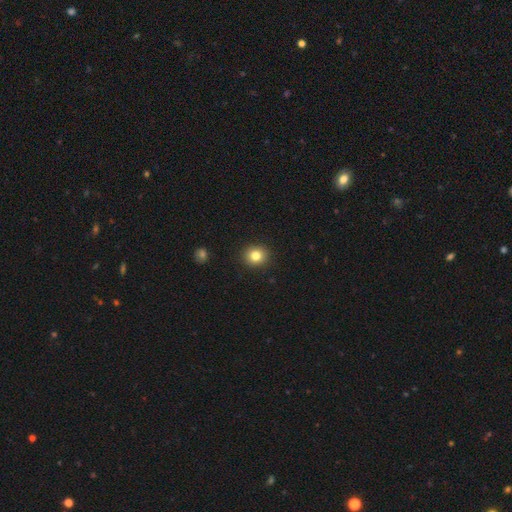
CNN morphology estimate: This appears to be a smooth galaxy with no disk features (82%) that is round (83%). Merging: none (92%).